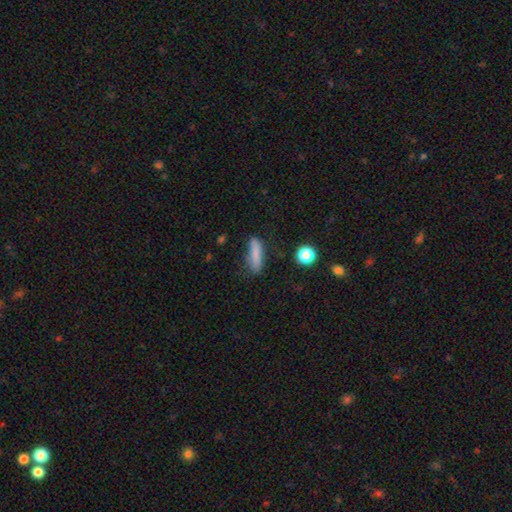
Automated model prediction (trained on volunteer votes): This appears to be a smooth galaxy with no disk features (80%) that is cigar-shaped (66%). Merging: none (73%).